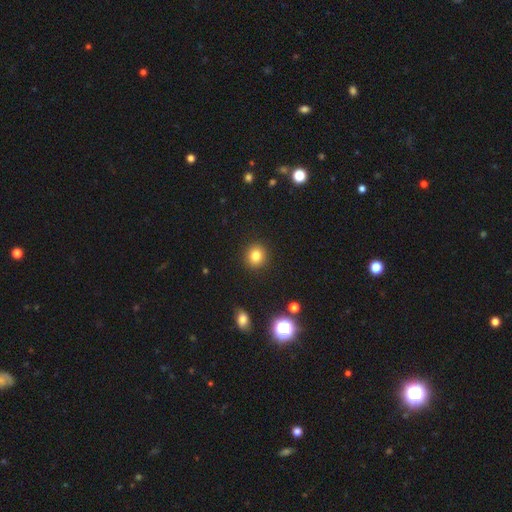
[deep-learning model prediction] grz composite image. It shows a smooth galaxy with no disk features (81%) that is round (87%). Merging: none (92%).